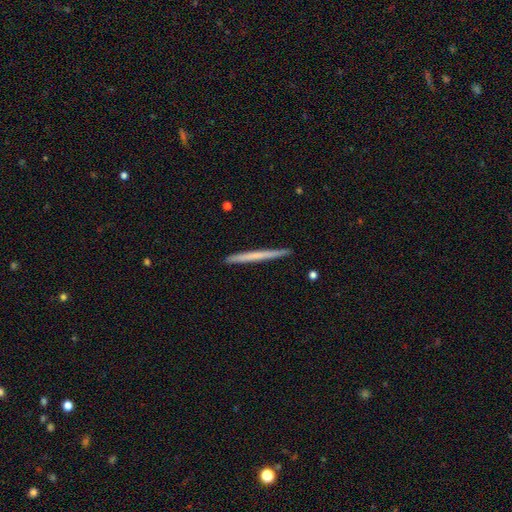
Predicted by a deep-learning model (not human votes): Smooth or featured? Predicted: smooth (p=0.53). How rounded? Predicted: cigar-shaped (p=0.97). Merging? Predicted: none (p=0.92).